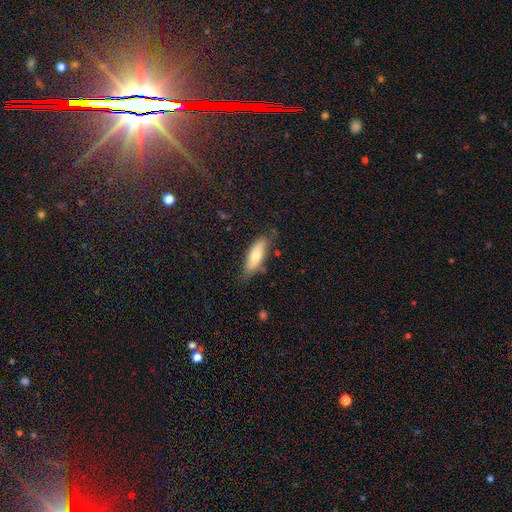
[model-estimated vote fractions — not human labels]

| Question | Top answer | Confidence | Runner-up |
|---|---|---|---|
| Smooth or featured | smooth | 70% | featured or disk (24%) |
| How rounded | in between | 60% | cigar-shaped (38%) |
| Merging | none | 74% | minor disturbance (20%) |